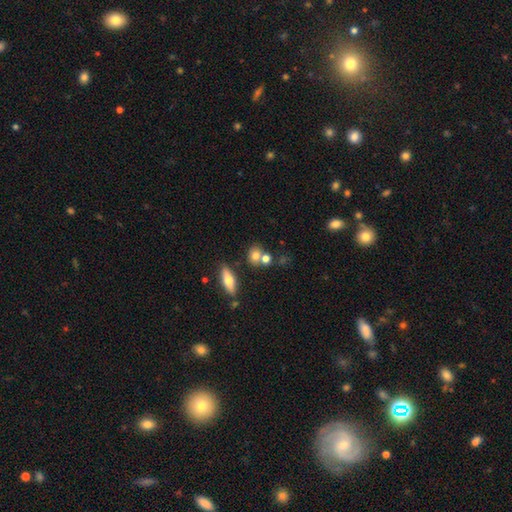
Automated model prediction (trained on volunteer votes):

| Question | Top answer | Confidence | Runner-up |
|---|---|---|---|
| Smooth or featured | smooth | 74% | featured or disk (15%) |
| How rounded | round | 64% | in between (32%) |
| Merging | none | 52% | merger (34%) |